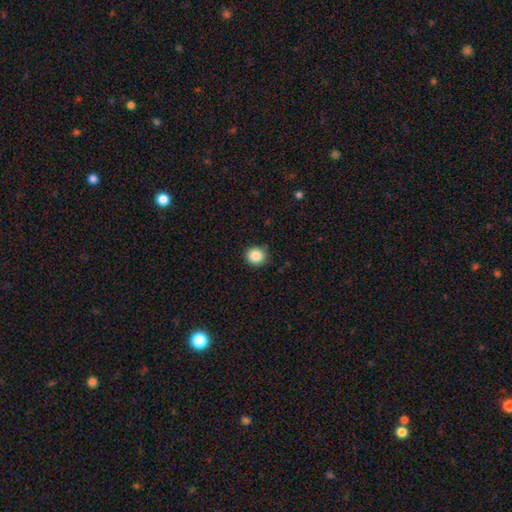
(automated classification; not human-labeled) smooth 86%, star or artifact 10%, featured or disk 4%. Down the decision tree: how rounded — round (87%); merging — none (89%).